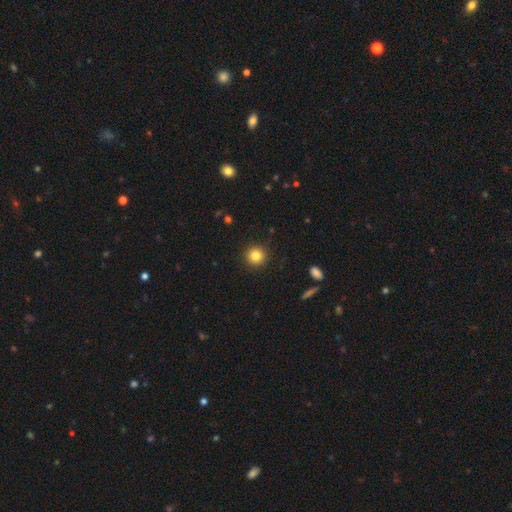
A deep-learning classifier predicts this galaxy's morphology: Q: Smooth or featured?
A: smooth (83%); runner-up: star or artifact (11%)
Q: How rounded?
A: round (94%); runner-up: in between (5%)
Q: Merging?
A: none (92%); runner-up: minor disturbance (5%)